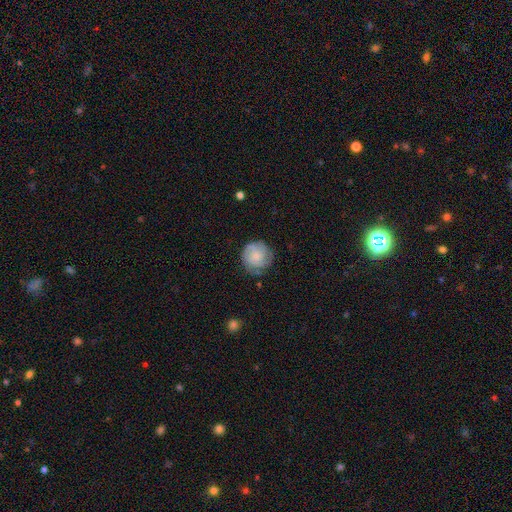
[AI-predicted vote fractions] The model was most divided on "smooth or featured": featured or disk: 48%, smooth: 45%, star or artifact: 7%. More confident: merging — none (71%).